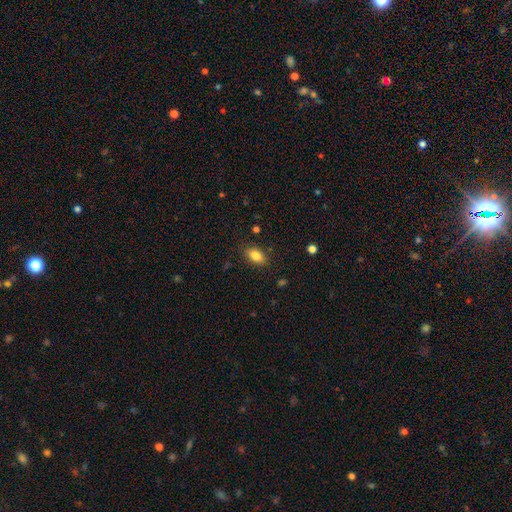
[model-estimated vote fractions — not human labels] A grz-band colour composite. It shows a smooth galaxy with no disk features (84%) that is in between round and cigar-shaped (88%). Merging: none (85%).